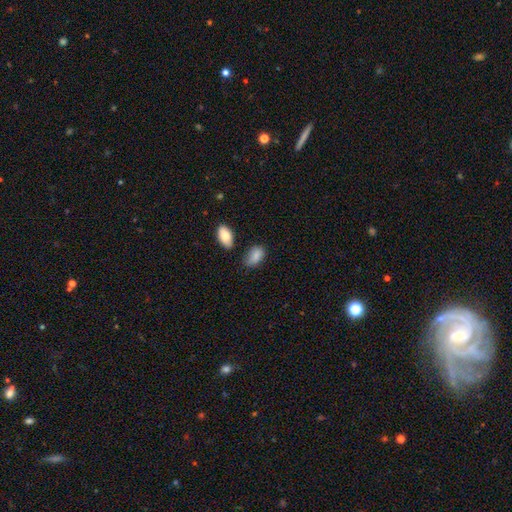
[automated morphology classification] Overall: smooth (86%). How rounded: in between (92%). Merging: none (57%; minor disturbance 30%).